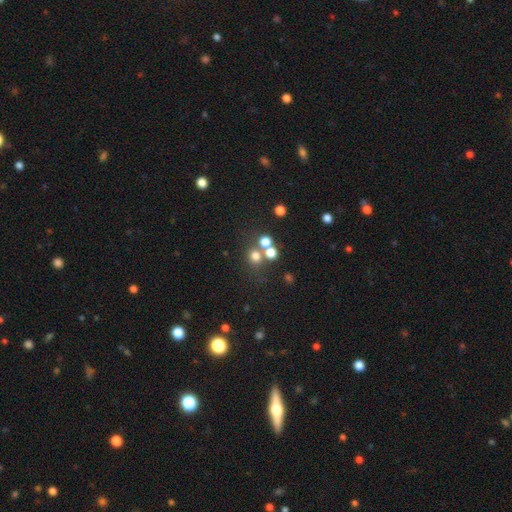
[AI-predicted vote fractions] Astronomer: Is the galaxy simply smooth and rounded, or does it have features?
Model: smooth — 69%.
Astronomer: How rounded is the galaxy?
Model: round — 84%.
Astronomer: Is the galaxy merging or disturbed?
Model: none — 57%.